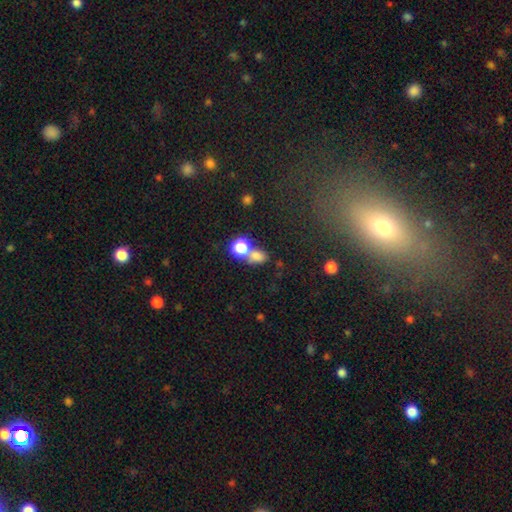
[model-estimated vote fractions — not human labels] A smooth galaxy with no disk features (72%) that is in between round and cigar-shaped (49%, tied with round). Merging: merger (43%).